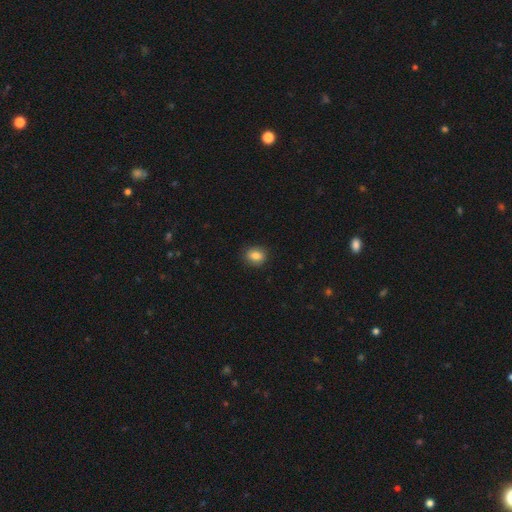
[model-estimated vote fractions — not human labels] Morphology: type=smooth (83%); roundness=round (62%); merging=none (89%).